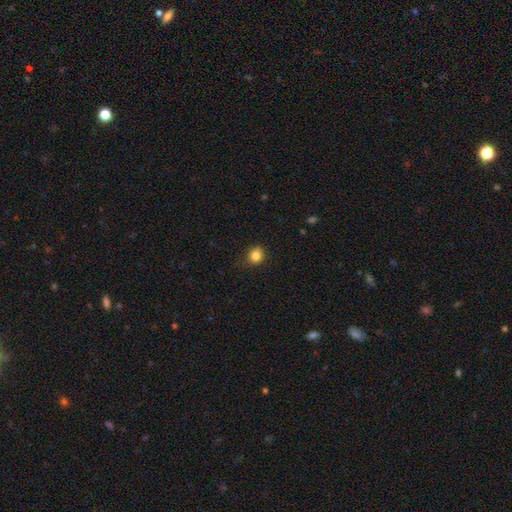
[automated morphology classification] Q: Smooth or featured?
A: smooth (83%); runner-up: star or artifact (11%)
Q: How rounded?
A: round (79%); runner-up: in between (20%)
Q: Merging?
A: none (81%); runner-up: minor disturbance (15%)